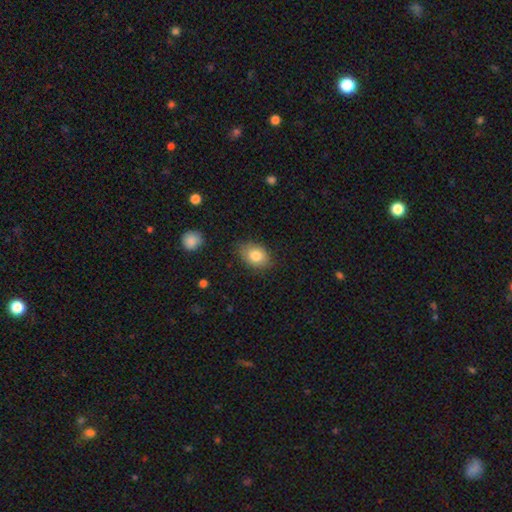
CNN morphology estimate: This appears to be a smooth galaxy with no disk features (82%) that is in between round and cigar-shaped (75%). Merging: none (78%).